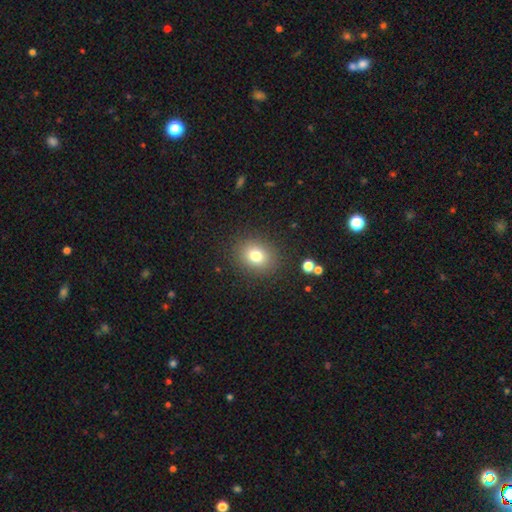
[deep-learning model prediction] This is likely a smooth galaxy (78%). How rounded: possibly round (59%). Merging: clearly none (87%).